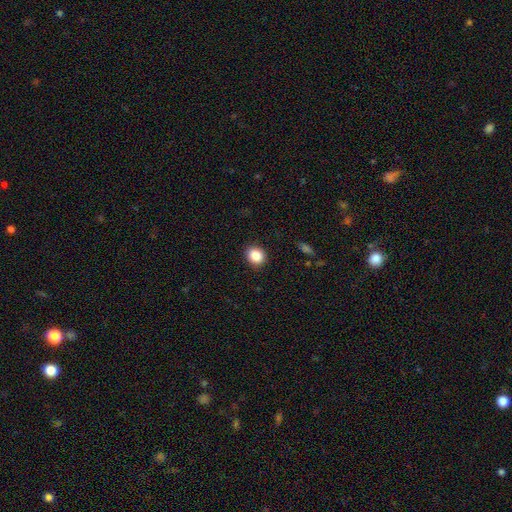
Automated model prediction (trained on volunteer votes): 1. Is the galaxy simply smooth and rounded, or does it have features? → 88% smooth, 9% star or artifact, 3% featured or disk.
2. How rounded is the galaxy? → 64% round, 35% in between, 1% cigar-shaped.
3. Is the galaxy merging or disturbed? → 90% none, 7% minor disturbance, 2% major disturbance, 1% merger.